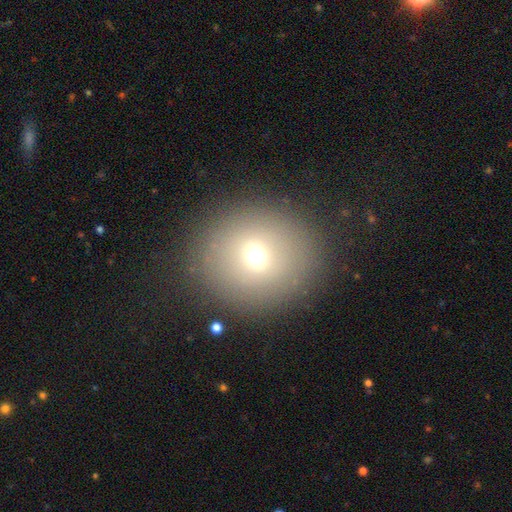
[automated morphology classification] This is likely a smooth galaxy (64%). How rounded: likely round (79%). Merging: clearly none (86%).